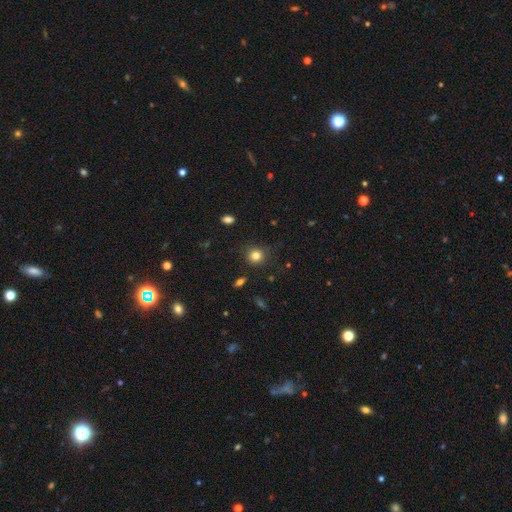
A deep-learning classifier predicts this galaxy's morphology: Overall: smooth (82%). How rounded: round (88%). Merging: none (85%).